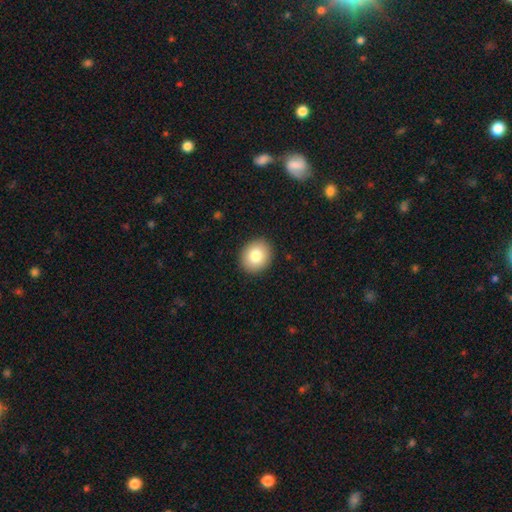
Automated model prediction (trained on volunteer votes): Overall: smooth (81%). How rounded: round (71%). Merging: none (91%).